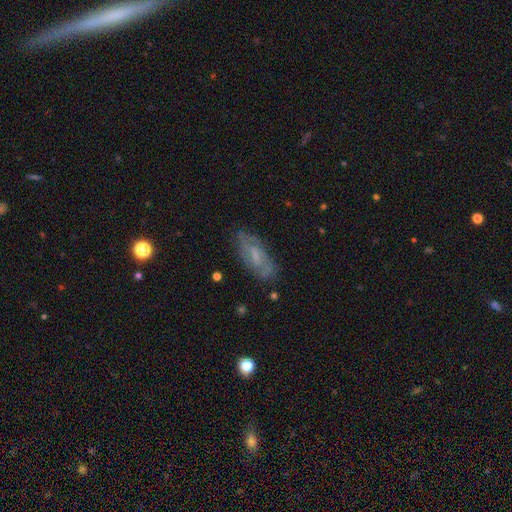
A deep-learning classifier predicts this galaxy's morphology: A featured or disk galaxy (56%).

Vote fractions:
- Smooth or featured? featured or disk: 56% / smooth: 35% / star or artifact: 10%
- Edge-on disk? no: 84% / yes: 16%
- Merging? none: 75% / minor disturbance: 17% / major disturbance: 6% / merger: 2%